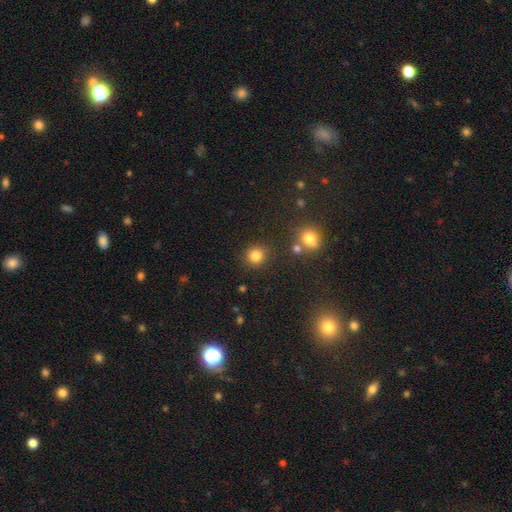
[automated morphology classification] Smooth or featured? Predicted: smooth (p=0.84). How rounded? Predicted: round (p=0.89). Merging? Predicted: none (p=0.85).